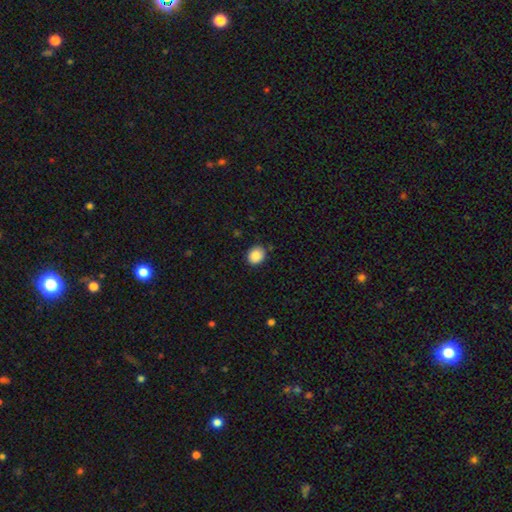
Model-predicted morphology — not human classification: This is clearly a smooth galaxy (88%). How rounded: likely round (66%). Merging: clearly none (84%).